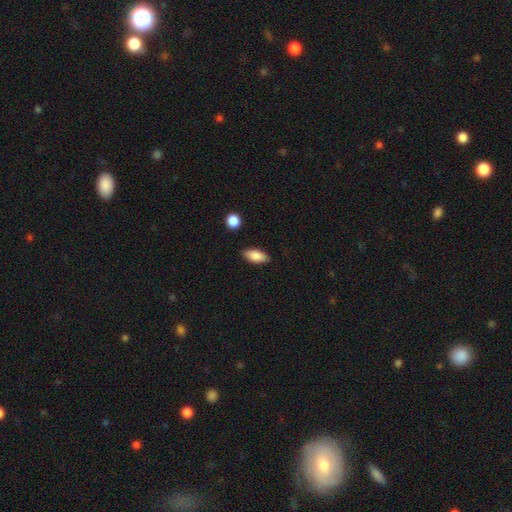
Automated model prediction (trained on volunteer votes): This appears to be a smooth galaxy with no disk features (86%) that is in between round and cigar-shaped (89%). Merging: none (85%).